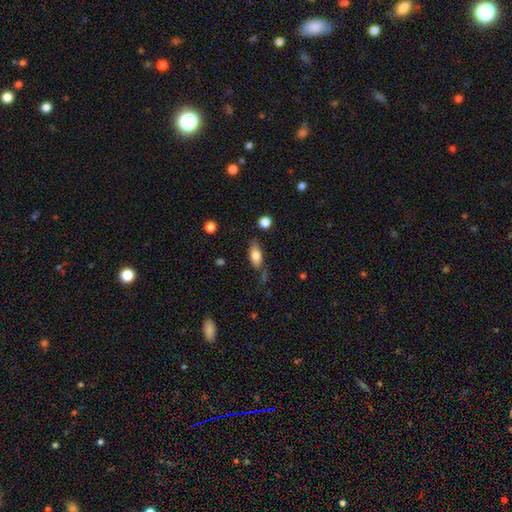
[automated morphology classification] smooth_or_featured: smooth (p=0.72) [alt: featured or disk p=0.21]
how_rounded: in between (p=0.81) [alt: cigar-shaped p=0.15]
merging: none (p=0.66) [alt: minor disturbance p=0.22]